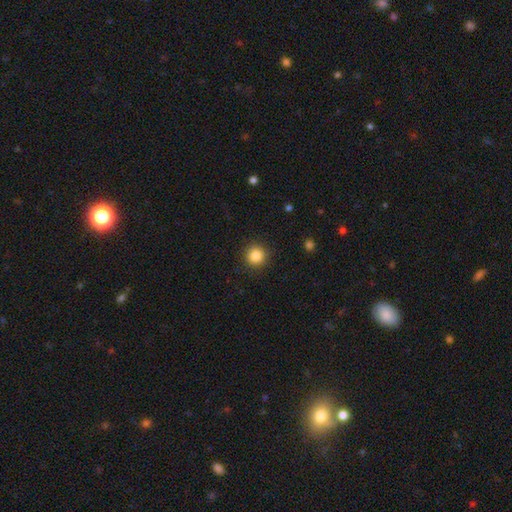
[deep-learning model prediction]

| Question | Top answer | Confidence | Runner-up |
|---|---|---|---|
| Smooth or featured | smooth | 84% | star or artifact (11%) |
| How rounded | round | 95% | in between (5%) |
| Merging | none | 91% | minor disturbance (6%) |